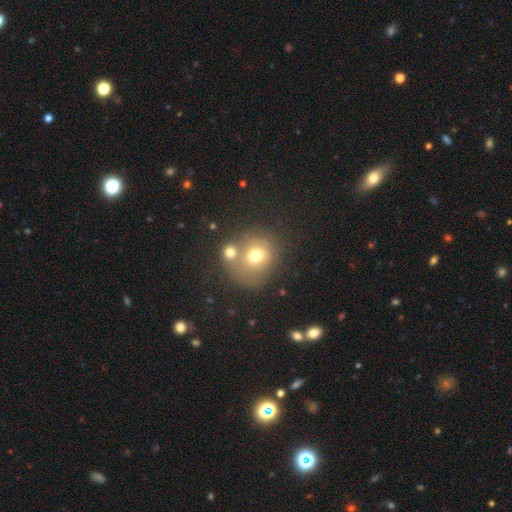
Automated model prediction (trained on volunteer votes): Smooth or featured?
  - smooth: 68% *
  - featured or disk: 19%
  - star or artifact: 13%
How rounded?
  - round: 76% *
  - in between: 23%
  - cigar-shaped: 1%
Merging?
  - merger: 44% *
  - none: 37%
  - minor disturbance: 11%
  - major disturbance: 8%